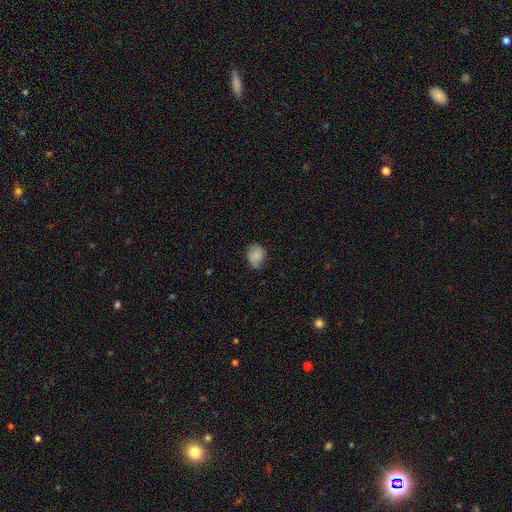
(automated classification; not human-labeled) smooth 75%, featured or disk 17%, star or artifact 8%. Down the decision tree: how rounded — in between (61%); merging — none (69%).